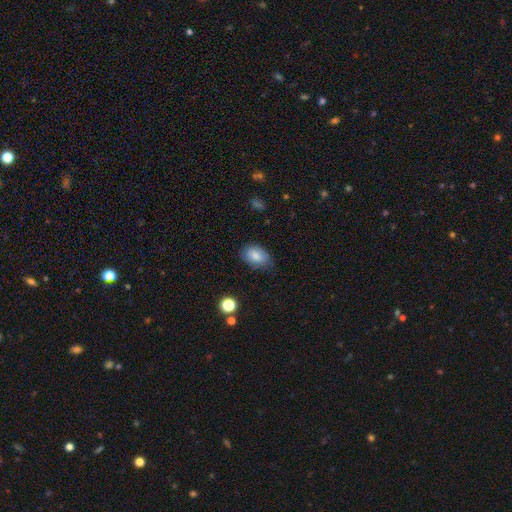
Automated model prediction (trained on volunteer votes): Smooth or featured?
  - smooth: 82% *
  - featured or disk: 10%
  - star or artifact: 8%
How rounded?
  - in between: 87% *
  - round: 12%
  - cigar-shaped: 1%
Merging?
  - none: 73% *
  - minor disturbance: 21%
  - major disturbance: 4%
  - merger: 1%